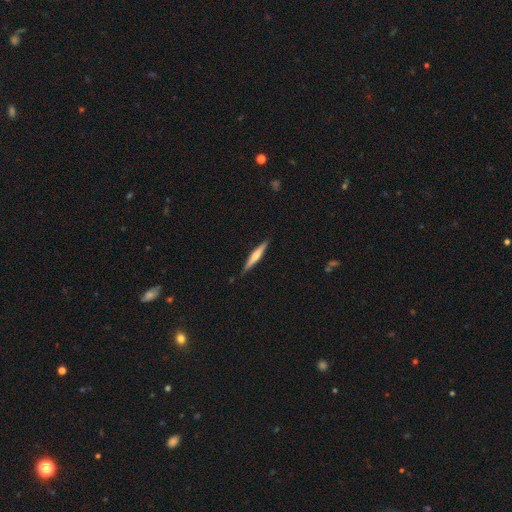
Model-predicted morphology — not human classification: smooth-or-featured: featured or disk: 52% | smooth: 43% | star or artifact: 5%
  disk-edge-on: yes: 97% | no: 3%
    edge-on-bulge: rounded: 70% | none: 18% | boxy: 12%
  merging: none: 87% | minor disturbance: 10% | major disturbance: 2% | merger: 1%